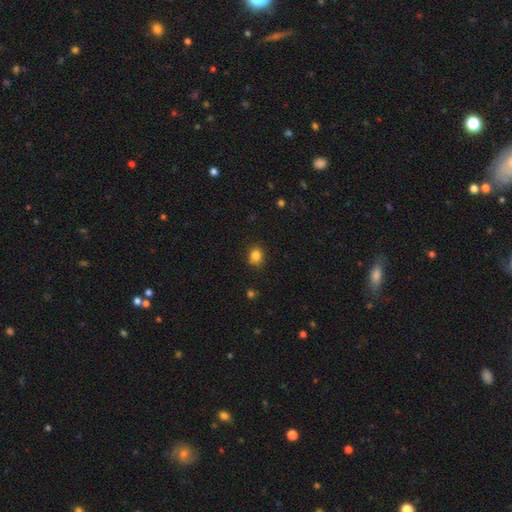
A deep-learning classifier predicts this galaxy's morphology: This is clearly a smooth galaxy (84%). How rounded: likely round (74%). Merging: clearly none (86%).